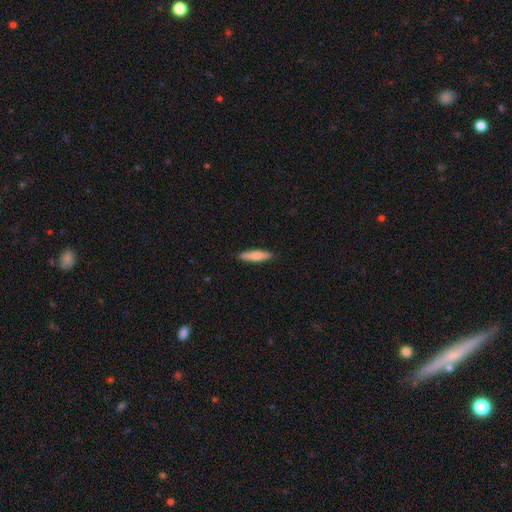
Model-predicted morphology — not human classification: Smooth or featured? Predicted: smooth (p=0.78). How rounded? Predicted: cigar-shaped (p=0.79). Merging? Predicted: none (p=0.89).